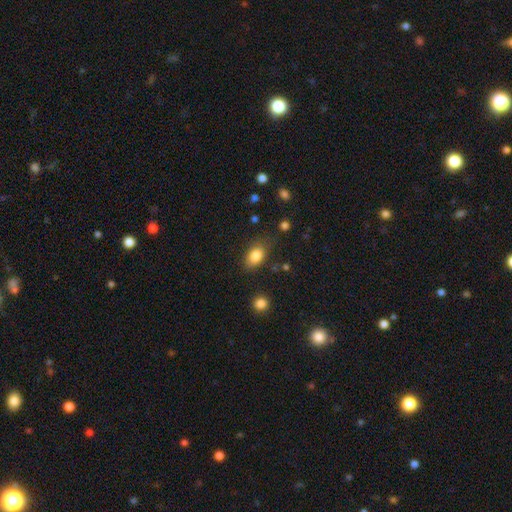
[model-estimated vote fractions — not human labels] This is clearly a smooth galaxy (84%). How rounded: clearly in between (83%). Merging: likely none (74%).